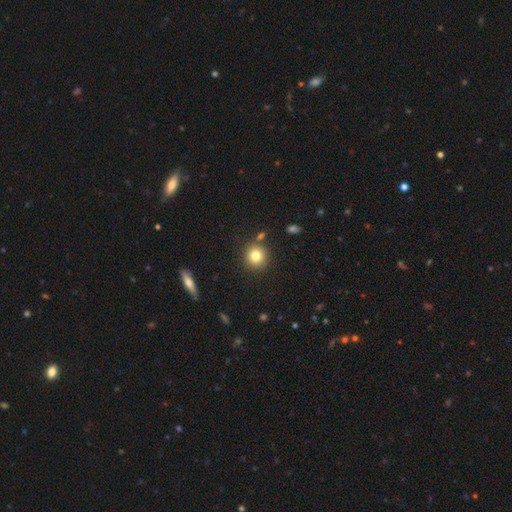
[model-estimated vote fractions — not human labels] Overall: smooth (80%). How rounded: round (90%). Merging: none (82%).